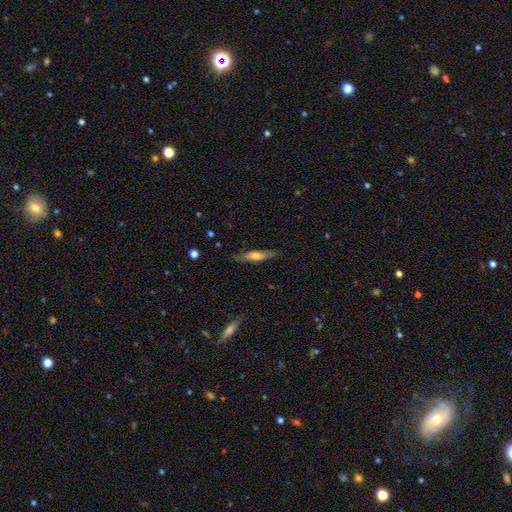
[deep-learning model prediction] A featured or disk galaxy (48%).

Vote fractions:
- Smooth or featured? featured or disk: 48% / smooth: 46% / star or artifact: 6%
- Merging? none: 85% / minor disturbance: 12% / major disturbance: 2% / merger: 1%